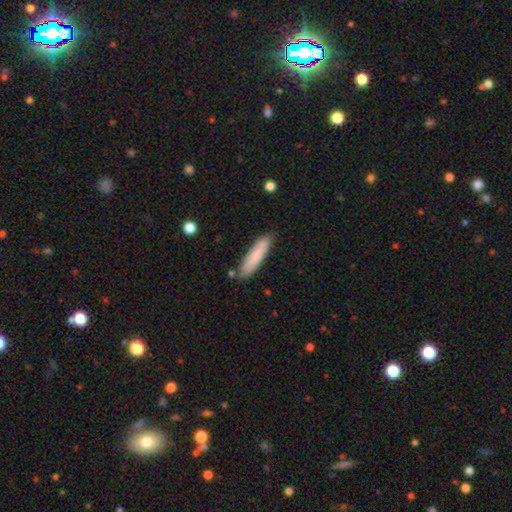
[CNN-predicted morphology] This is likely a smooth galaxy (80%). How rounded: likely cigar-shaped (80%). Merging: clearly none (84%).